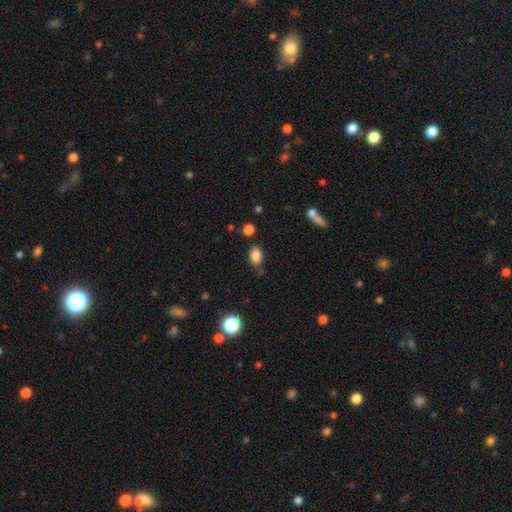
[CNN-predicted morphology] smooth_or_featured: smooth (p=0.85) [alt: star or artifact p=0.10]
how_rounded: in between (p=0.86) [alt: round p=0.12]
merging: none (p=0.74) [alt: minor disturbance p=0.18]